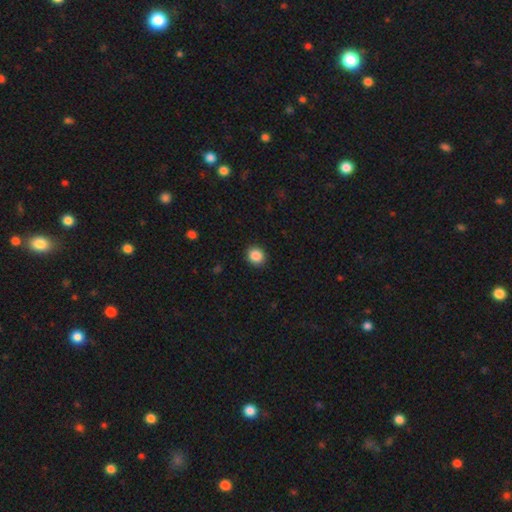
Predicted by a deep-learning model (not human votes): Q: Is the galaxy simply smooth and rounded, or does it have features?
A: smooth — 86%.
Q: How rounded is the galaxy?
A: round — 84%.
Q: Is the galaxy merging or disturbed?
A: none — 92%.